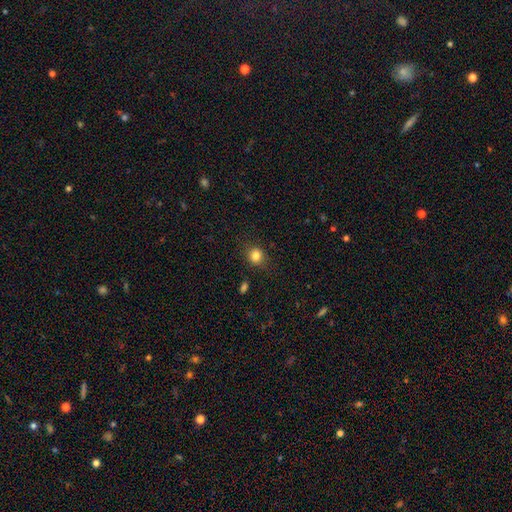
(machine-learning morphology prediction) A smooth galaxy with no disk features (83%) that is round (78%).

Vote fractions:
- Smooth or featured? smooth: 83% / star or artifact: 12% / featured or disk: 5%
- How rounded? round: 78% / in between: 21% / cigar-shaped: 1%
- Merging? none: 85% / minor disturbance: 10% / major disturbance: 3% / merger: 2%